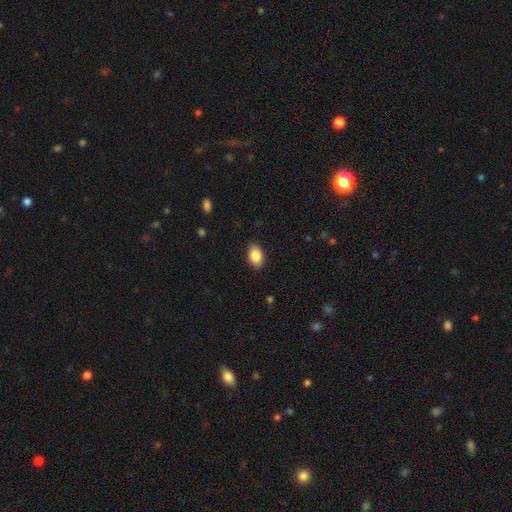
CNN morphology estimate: smooth 88%, star or artifact 7%, featured or disk 5%. Down the decision tree: how rounded — in between (86%); merging — none (87%).